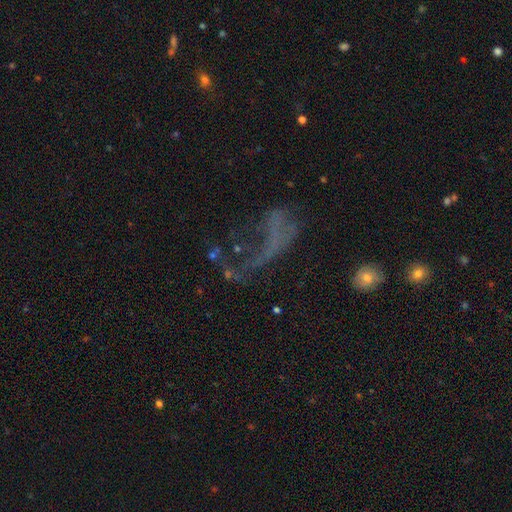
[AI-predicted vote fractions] A featured or disk galaxy (44%). Merging: major disturbance (50%).